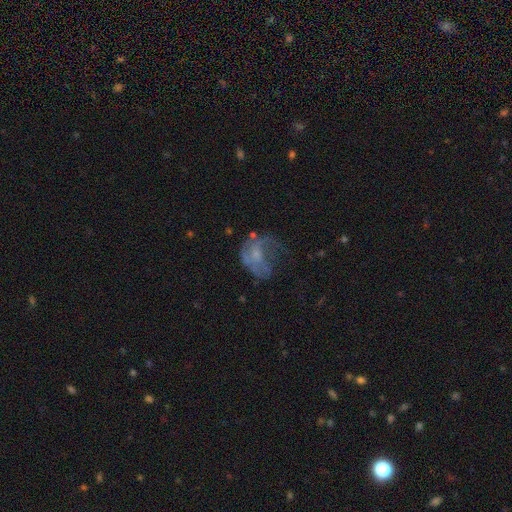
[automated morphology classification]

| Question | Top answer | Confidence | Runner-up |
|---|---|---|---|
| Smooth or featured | featured or disk | 54% | smooth (33%) |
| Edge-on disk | no | 98% | yes (2%) |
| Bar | no | 75% | weak (22%) |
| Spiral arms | no | 59% | yes (41%) |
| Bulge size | none | 40% | small (36%) |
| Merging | major disturbance | 44% | none (31%) |